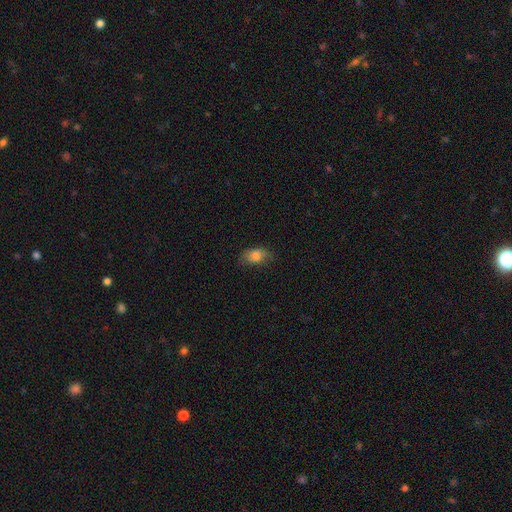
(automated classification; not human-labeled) The model was most divided on "merging": none: 63%, minor disturbance: 27%, major disturbance: 9%, merger: 1%. More confident: how rounded — in between (83%); smooth or featured — smooth (80%).